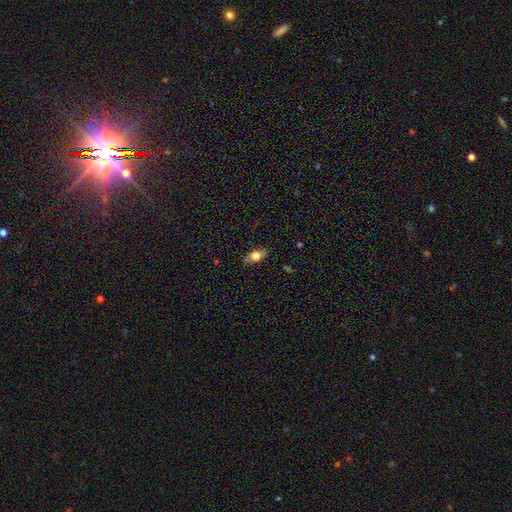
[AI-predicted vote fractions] smooth 72%, featured or disk 21%, star or artifact 7%. Down the decision tree: how rounded — in between (84%); merging — none (85%).